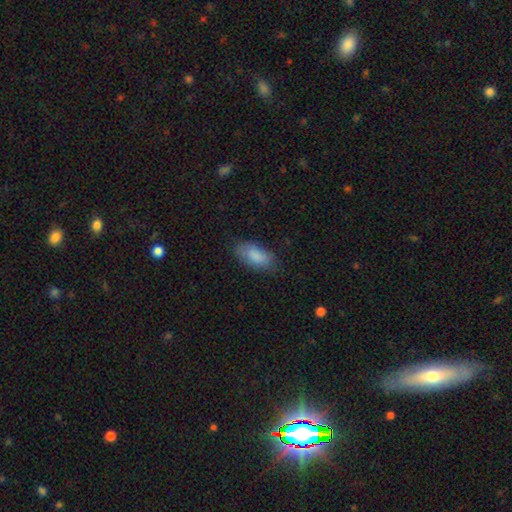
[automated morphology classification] type=smooth (86%); roundness=in between (91%); merging=none (74%).